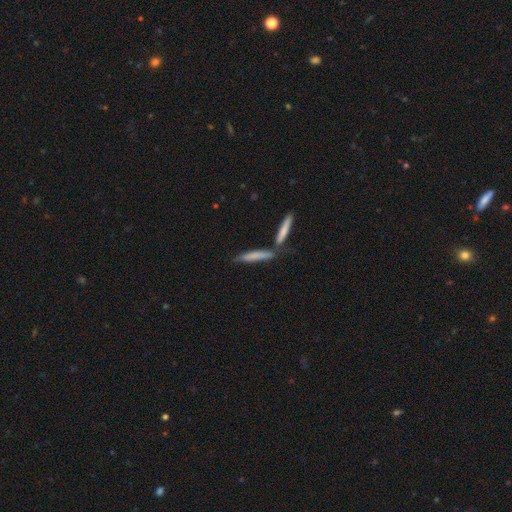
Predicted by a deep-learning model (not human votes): smooth 69%, featured or disk 24%, star or artifact 7%. Down the decision tree: how rounded — cigar-shaped (90%); merging — none (64%).